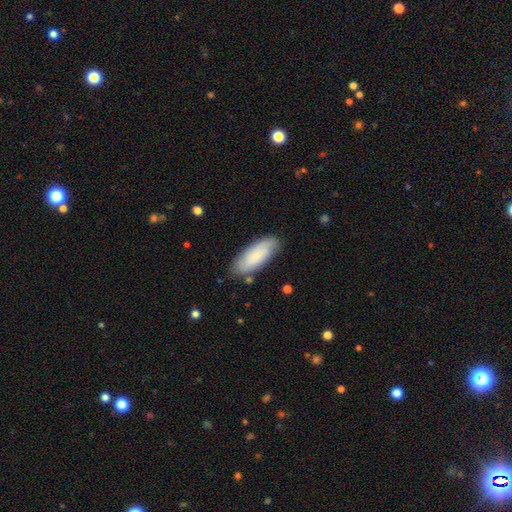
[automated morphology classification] smooth_or_featured: smooth (p=0.77) [alt: featured or disk p=0.17]
how_rounded: in between (p=0.74) [alt: cigar-shaped p=0.25]
merging: none (p=0.80) [alt: minor disturbance p=0.15]